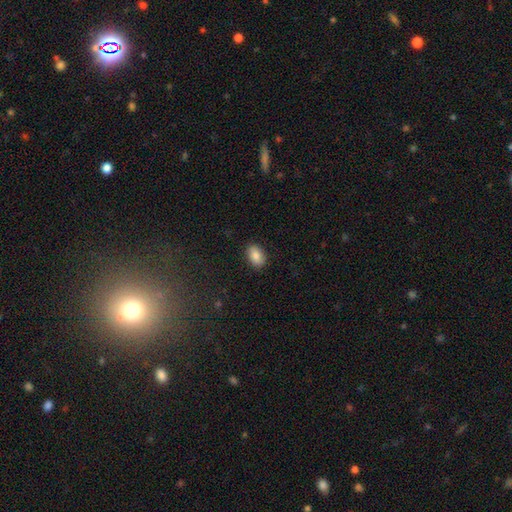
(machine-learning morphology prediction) Overall: smooth (86%). How rounded: in between (88%). Merging: none (88%).